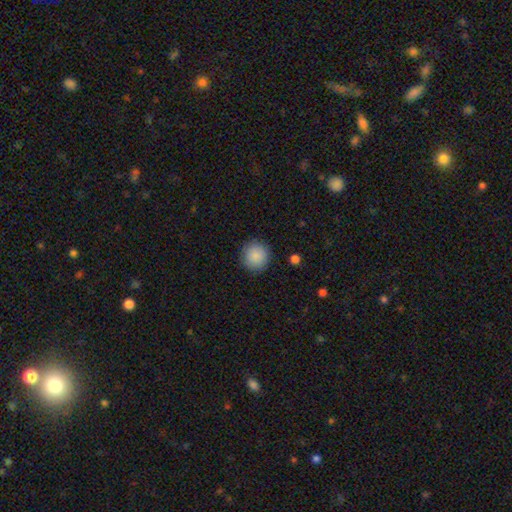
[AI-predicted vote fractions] smooth_or_featured: smooth (p=0.89) [alt: star or artifact p=0.08]
how_rounded: round (p=0.93) [alt: in between p=0.06]
merging: none (p=0.90) [alt: minor disturbance p=0.07]